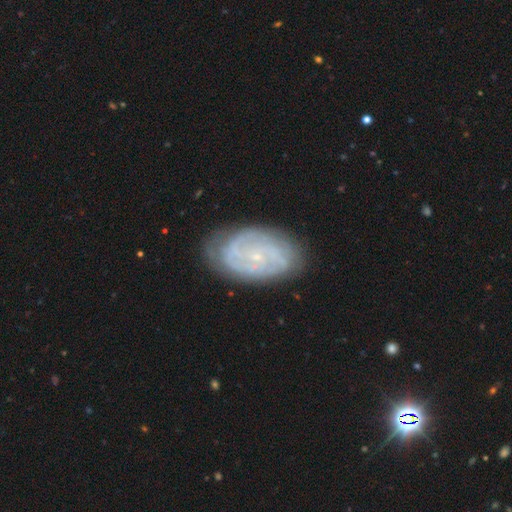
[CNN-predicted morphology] Smooth or featured: featured or disk — 79% (smooth — 14%)
Edge-on disk: no — 96% (yes — 4%)
Bar: no — 73% (weak — 22%)
Spiral arms: yes — 92% (no — 8%)
Spiral winding: tight — 67% (medium — 26%)
Spiral arm count: can't tell — 36% (2 — 29%)
Bulge size: small — 86% (moderate — 9%)
Merging: none — 78% (minor disturbance — 17%)